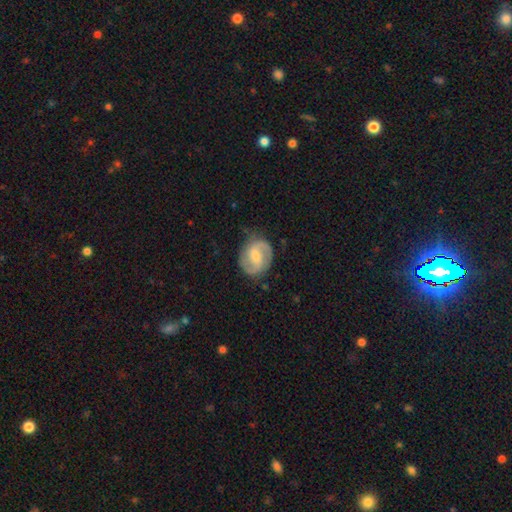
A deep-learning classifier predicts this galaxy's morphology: Smooth or featured: featured or disk — 78% (smooth — 17%)
Edge-on disk: no — 98% (yes — 2%)
Bar: weak — 52% (no — 28%)
Spiral arms: yes — 94% (no — 6%)
Spiral winding: medium — 52% (tight — 24%)
Spiral arm count: 2 — 89% (can't tell — 5%)
Bulge size: small — 50% (moderate — 40%)
Merging: none — 75% (minor disturbance — 18%)